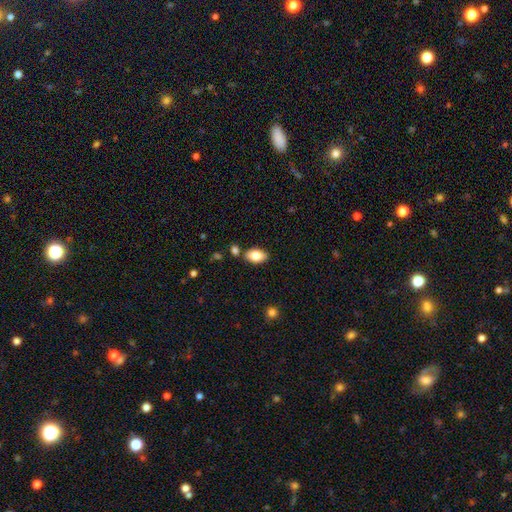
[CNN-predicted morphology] Smooth or featured?
  - smooth: 82% *
  - featured or disk: 11%
  - star or artifact: 7%
How rounded?
  - in between: 92% *
  - round: 6%
  - cigar-shaped: 2%
Merging?
  - none: 81% *
  - minor disturbance: 11%
  - merger: 6%
  - major disturbance: 2%